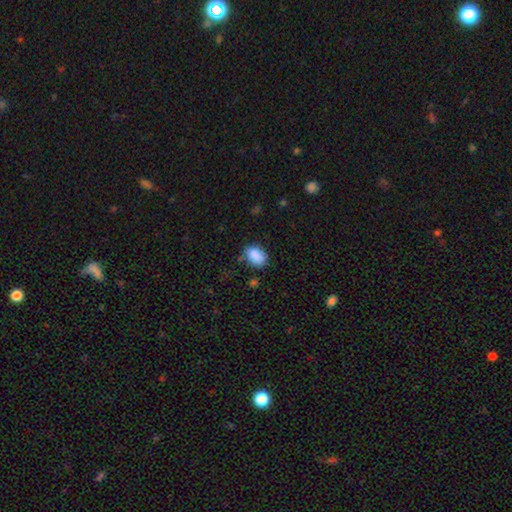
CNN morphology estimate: smooth 89%, star or artifact 8%, featured or disk 4%. Down the decision tree: how rounded — in between (84%); merging — none (73%).